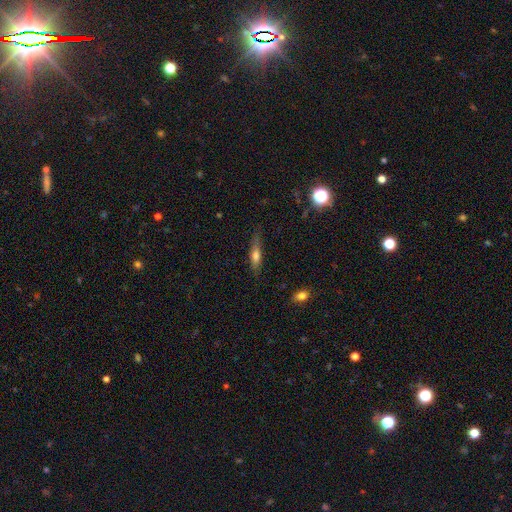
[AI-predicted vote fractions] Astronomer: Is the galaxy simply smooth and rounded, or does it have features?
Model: smooth — 54% (runner-up: featured or disk, 37%).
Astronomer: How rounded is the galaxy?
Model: cigar-shaped — 73%.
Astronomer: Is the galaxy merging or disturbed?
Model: none — 71%.